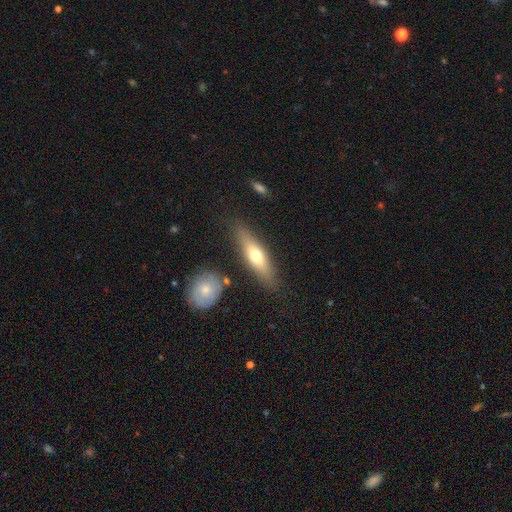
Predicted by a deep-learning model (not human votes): Overall: smooth (56%; featured or disk 38%). How rounded: cigar-shaped (61%; in between 37%). Merging: none (80%).